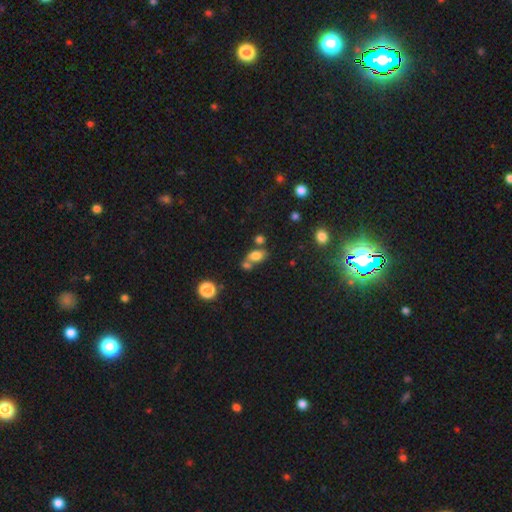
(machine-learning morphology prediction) Smooth or featured? smooth (74%)
How rounded? in between (79%)
Merging? none (43%)